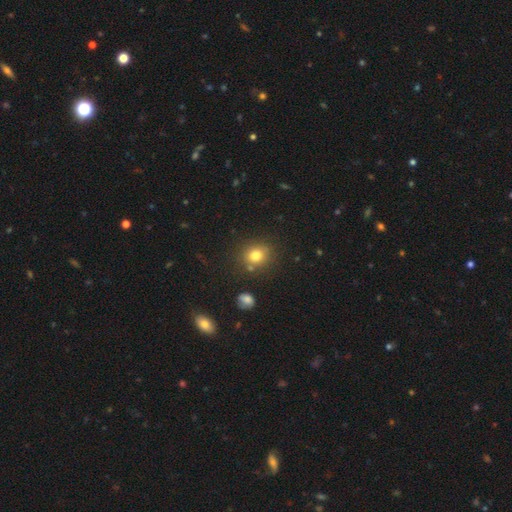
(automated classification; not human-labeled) This is likely a smooth galaxy (79%). How rounded: likely round (74%). Merging: likely none (78%).